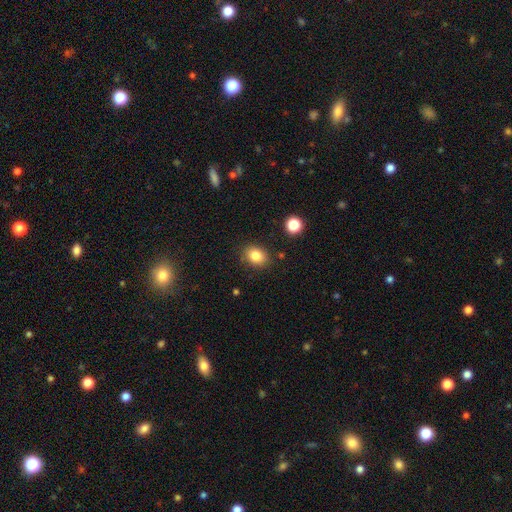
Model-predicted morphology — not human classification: The model was most divided on "how rounded": in between: 55%, round: 44%, cigar-shaped: 1%. More confident: merging — none (85%); smooth or featured — smooth (82%).